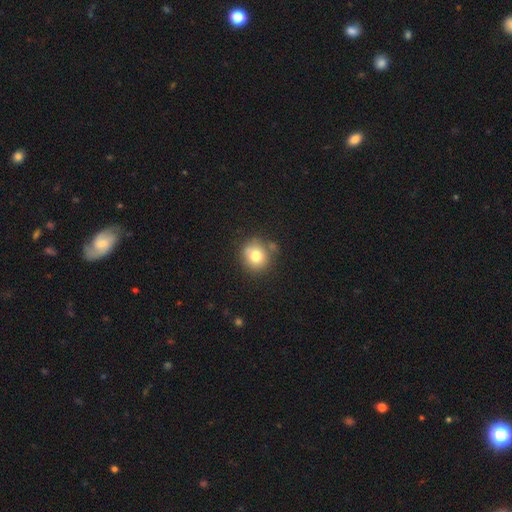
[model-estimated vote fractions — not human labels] smooth_or_featured: smooth (p=0.77) [alt: featured or disk p=0.12]
how_rounded: round (p=0.86) [alt: in between p=0.13]
merging: none (p=0.73) [alt: minor disturbance p=0.15]